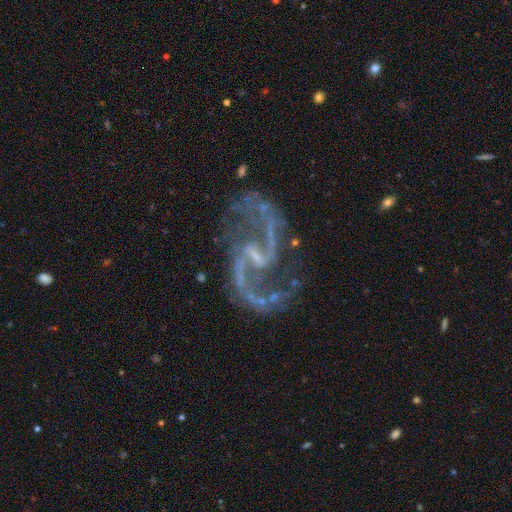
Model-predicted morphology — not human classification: A featured or disk galaxy (93%) with a weak bar (53%), 2 (94%) medium (46%, tied with loose) spiral arms (98%) and a small central bulge (60%). Merging: none (71%).